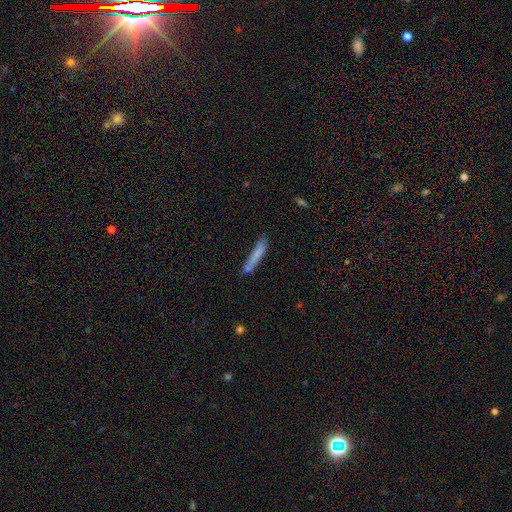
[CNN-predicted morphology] A smooth galaxy with no disk features (74%) that is cigar-shaped (93%). Merging: none (69%).